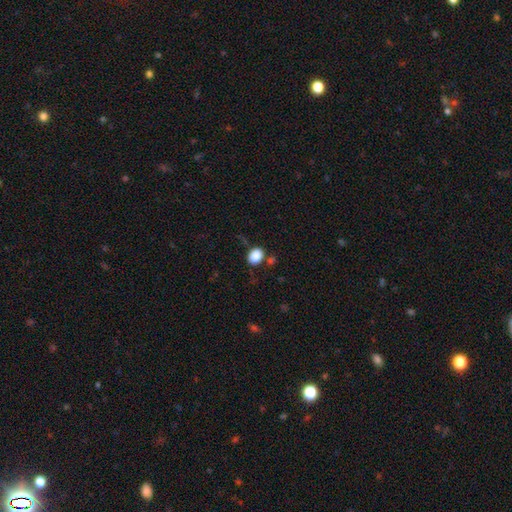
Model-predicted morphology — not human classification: A smooth galaxy with no disk features (87%) that is in between round and cigar-shaped (63%). Merging: none (77%).